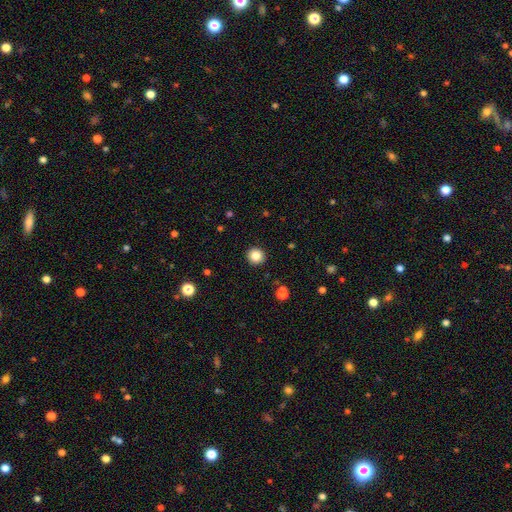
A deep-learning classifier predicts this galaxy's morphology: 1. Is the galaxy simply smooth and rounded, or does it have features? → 84% smooth, 11% star or artifact, 5% featured or disk.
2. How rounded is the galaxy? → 94% round, 5% in between, 1% cigar-shaped.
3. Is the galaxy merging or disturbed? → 92% none, 5% minor disturbance, 2% major disturbance, 1% merger.